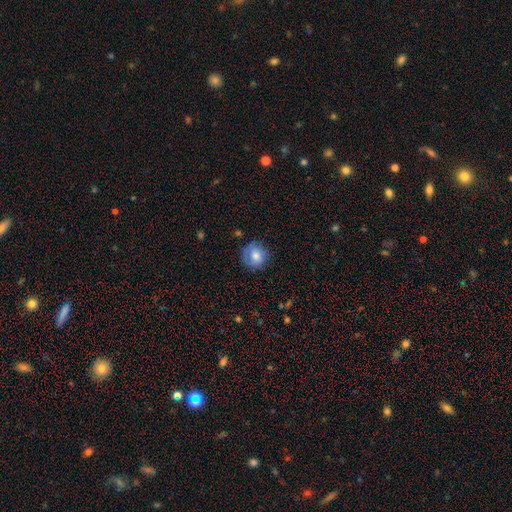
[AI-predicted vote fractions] smooth-or-featured: smooth: 72% | featured or disk: 20% | star or artifact: 8%
  how-rounded: round: 88% | in between: 11% | cigar-shaped: 1%
  merging: none: 73% | minor disturbance: 19% | major disturbance: 6% | merger: 1%